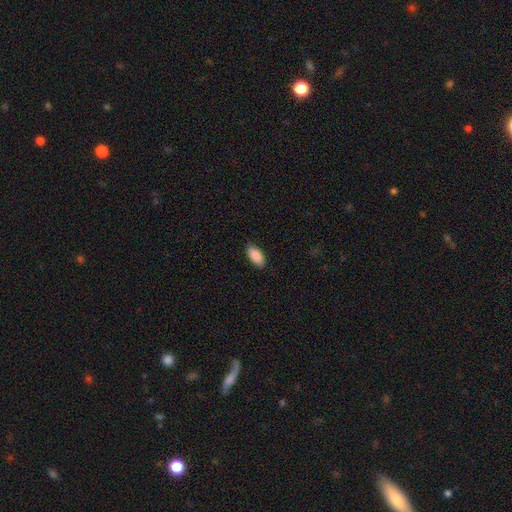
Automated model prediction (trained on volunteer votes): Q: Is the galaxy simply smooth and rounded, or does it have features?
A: smooth — 90%.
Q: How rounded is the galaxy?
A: in between — 92%.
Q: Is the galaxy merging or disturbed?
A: none — 88%.